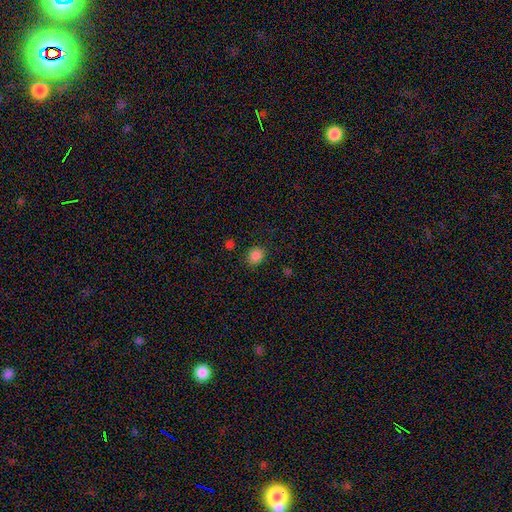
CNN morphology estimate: A smooth galaxy with no disk features (85%) that is round (69%). Merging: none (85%).